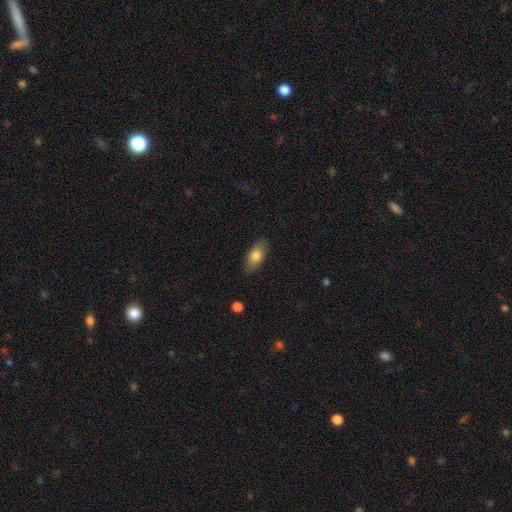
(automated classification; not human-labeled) Q: Smooth or featured?
A: smooth (78%); runner-up: featured or disk (15%)
Q: How rounded?
A: in between (87%); runner-up: cigar-shaped (9%)
Q: Merging?
A: none (87%); runner-up: minor disturbance (10%)